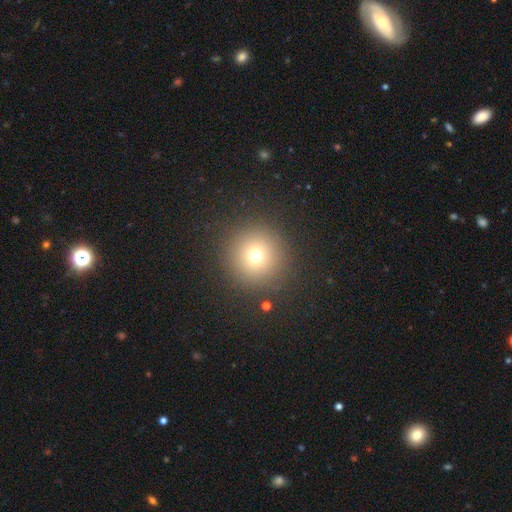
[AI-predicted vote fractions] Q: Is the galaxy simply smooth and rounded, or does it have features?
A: smooth — 71%.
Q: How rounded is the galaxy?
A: round — 96%.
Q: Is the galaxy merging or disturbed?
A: none — 90%.